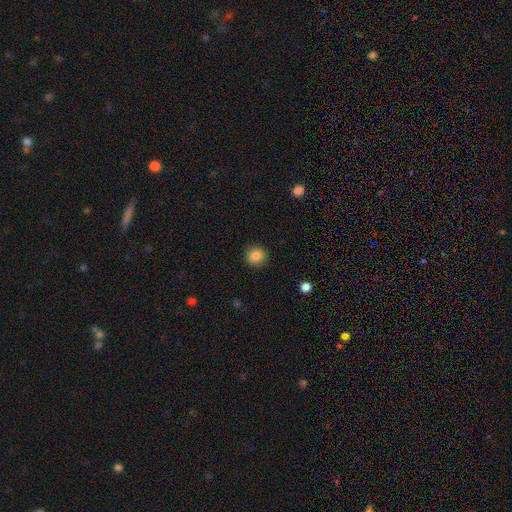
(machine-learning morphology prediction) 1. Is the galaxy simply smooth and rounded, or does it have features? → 86% smooth, 10% star or artifact, 4% featured or disk.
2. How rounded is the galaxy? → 93% round, 6% in between, 1% cigar-shaped.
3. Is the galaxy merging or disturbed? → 90% none, 6% minor disturbance, 2% major disturbance, 1% merger.